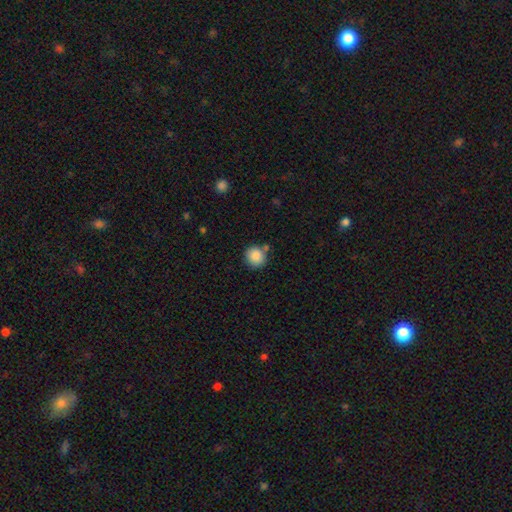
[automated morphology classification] smooth_or_featured: smooth (p=0.87) [alt: star or artifact p=0.09]
how_rounded: round (p=0.89) [alt: in between p=0.10]
merging: none (p=0.76) [alt: minor disturbance p=0.11]